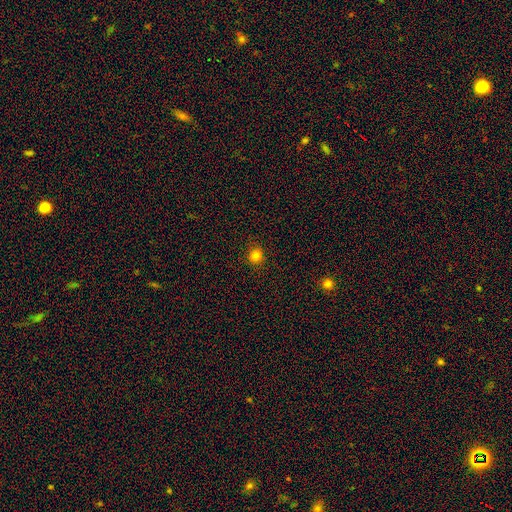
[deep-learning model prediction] Smooth or featured: smooth — 81% (star or artifact — 14%)
How rounded: round — 90% (in between — 9%)
Merging: none — 90% (minor disturbance — 7%)